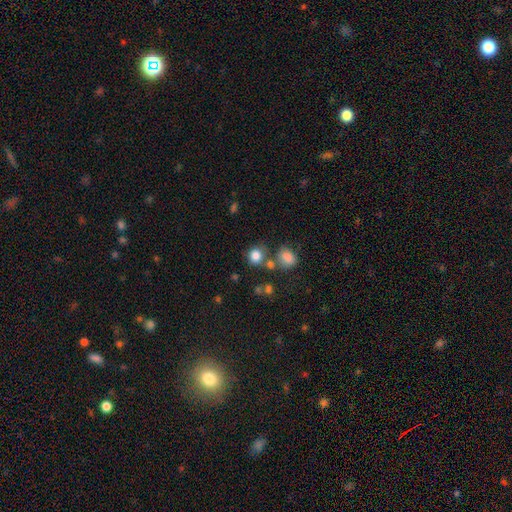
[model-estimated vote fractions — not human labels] A smooth galaxy with no disk features (81%) that is round (78%).

Vote fractions:
- Smooth or featured? smooth: 81% / star or artifact: 12% / featured or disk: 7%
- How rounded? round: 78% / in between: 21% / cigar-shaped: 1%
- Merging? none: 64% / merger: 18% / minor disturbance: 12% / major disturbance: 5%